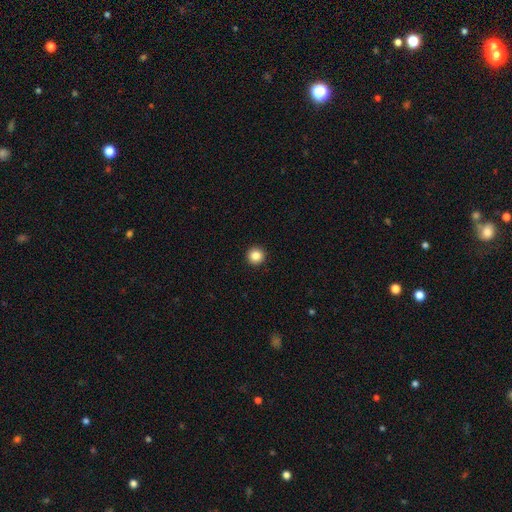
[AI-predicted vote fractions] Q: Smooth or featured?
A: smooth (85%); runner-up: star or artifact (11%)
Q: How rounded?
A: round (96%); runner-up: in between (3%)
Q: Merging?
A: none (94%); runner-up: minor disturbance (4%)